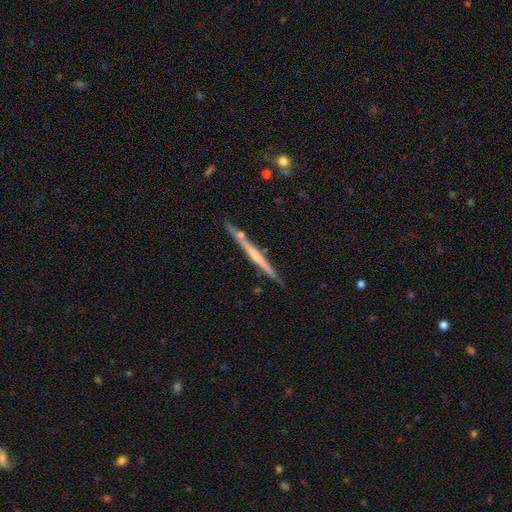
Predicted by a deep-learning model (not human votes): The model was most divided on "edge-on bulge": none: 60%, rounded: 32%, boxy: 9%. More confident: edge-on disk — yes (98%); merging — none (82%); smooth or featured — featured or disk (66%).